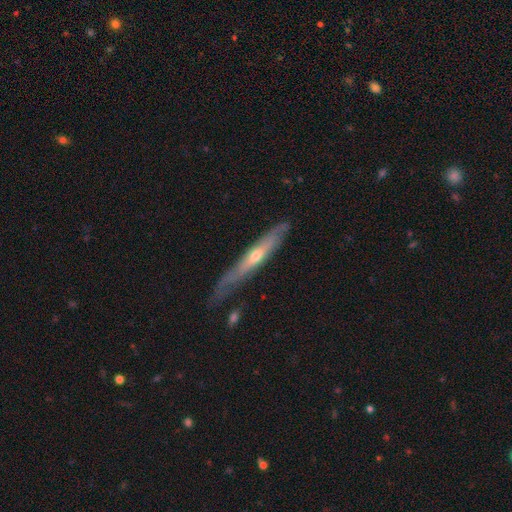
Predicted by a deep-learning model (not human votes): Smooth or featured: featured or disk — 66% (smooth — 27%)
Edge-on disk: yes — 86% (no — 14%)
Edge-on bulge: rounded — 72% (none — 25%)
Merging: none — 70% (minor disturbance — 23%)